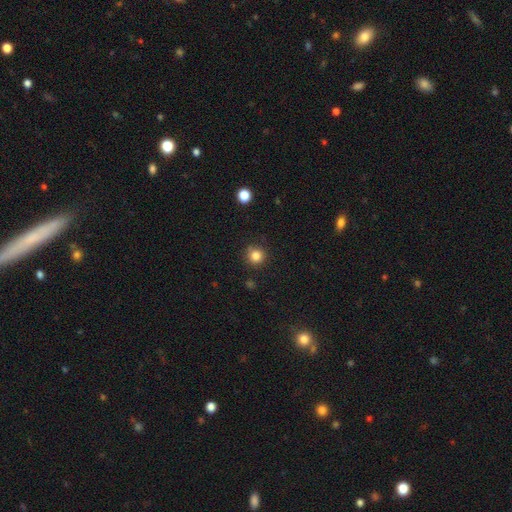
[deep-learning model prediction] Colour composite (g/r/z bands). It shows a smooth galaxy with no disk features (83%) that is round (93%). Merging: none (86%).